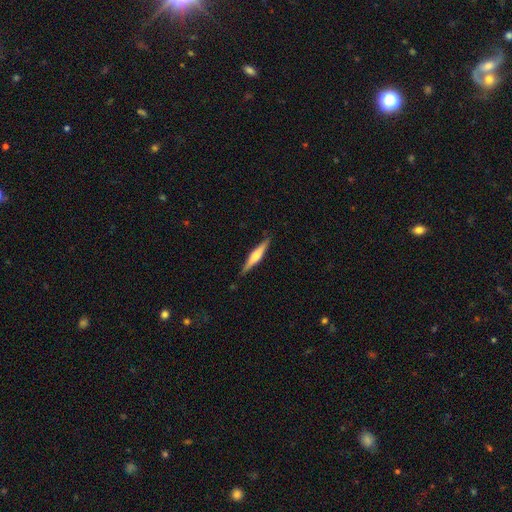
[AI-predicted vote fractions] This is likely a featured or disk galaxy (62%). It is clearly viewed edge-on (97%). Edge-on bulge: clearly rounded (82%). Merging: clearly none (88%).